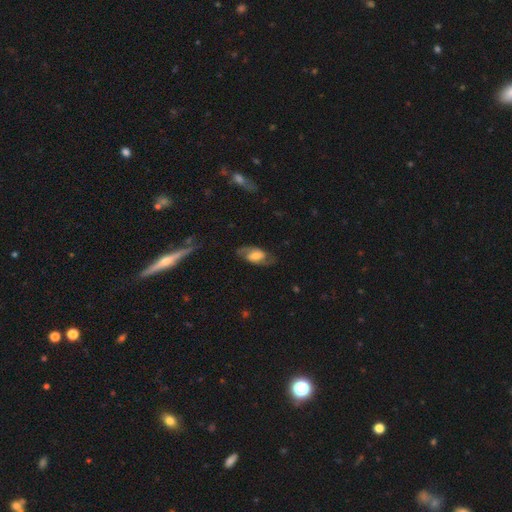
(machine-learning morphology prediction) A featured or disk galaxy (62%) with a weak bar (44%), spiral arms (85%) and a moderate central bulge (39%). Merging: none (75%).